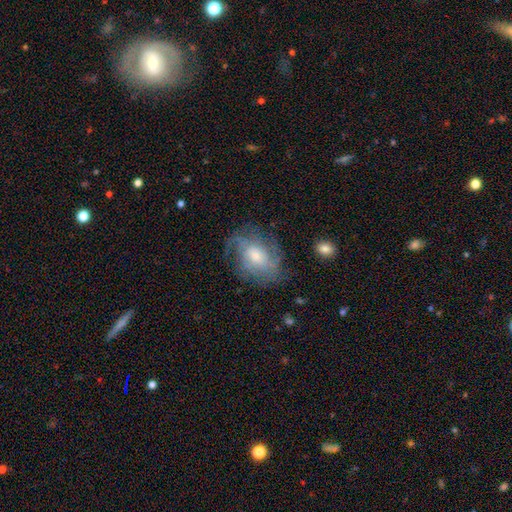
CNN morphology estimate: Q: Smooth or featured?
A: featured or disk (65%); runner-up: smooth (27%)
Q: Edge-on disk?
A: no (96%); runner-up: yes (4%)
Q: Bar?
A: no (67%); runner-up: weak (28%)
Q: Spiral arms?
A: yes (83%); runner-up: no (17%)
Q: Spiral winding?
A: tight (43%); runner-up: medium (39%)
Q: Spiral arm count?
A: can't tell (48%); runner-up: 2 (19%)
Q: Bulge size?
A: moderate (50%); runner-up: small (33%)
Q: Merging?
A: none (66%); runner-up: minor disturbance (20%)